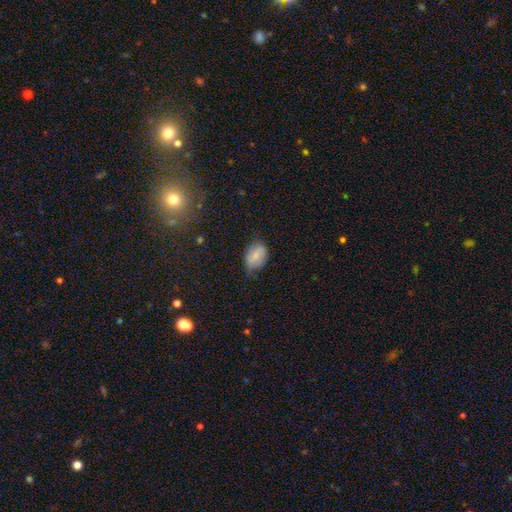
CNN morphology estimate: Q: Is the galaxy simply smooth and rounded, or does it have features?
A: smooth — 79%.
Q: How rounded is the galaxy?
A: in between — 83%.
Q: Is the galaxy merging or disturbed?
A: none — 61%.